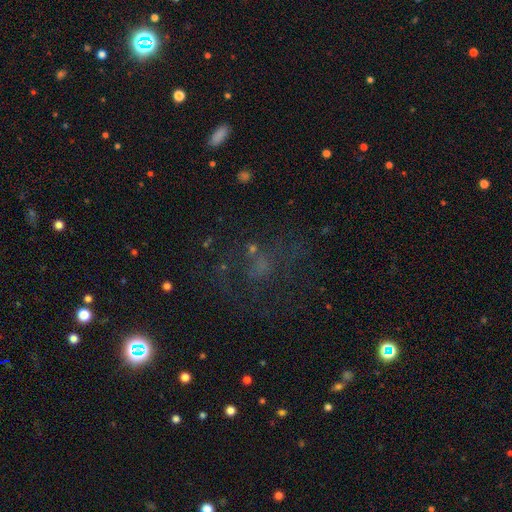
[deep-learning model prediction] This is marginally a star or artifact rather than a galaxy (34%).